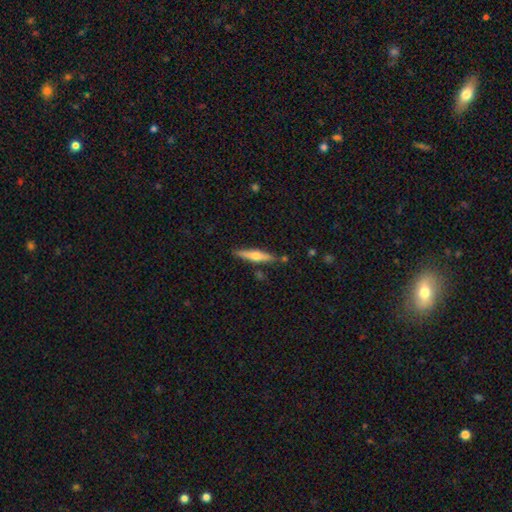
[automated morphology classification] Smooth or featured? featured or disk (53%)
Edge-on disk? yes (95%)
Edge-on bulge? rounded (89%)
Merging? none (84%)